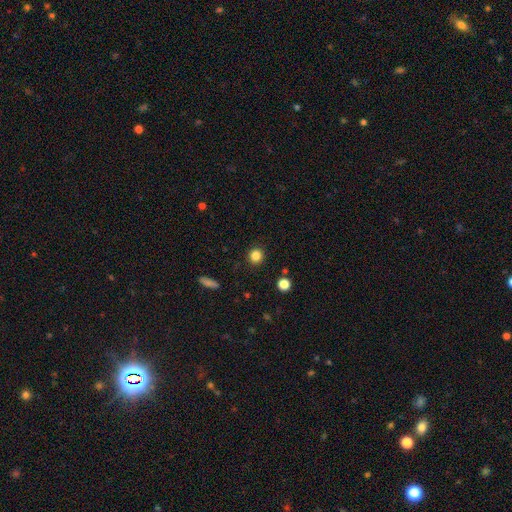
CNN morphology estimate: The model was most divided on "smooth or featured": smooth: 84%, star or artifact: 12%, featured or disk: 4%. More confident: how rounded — round (93%); merging — none (91%).